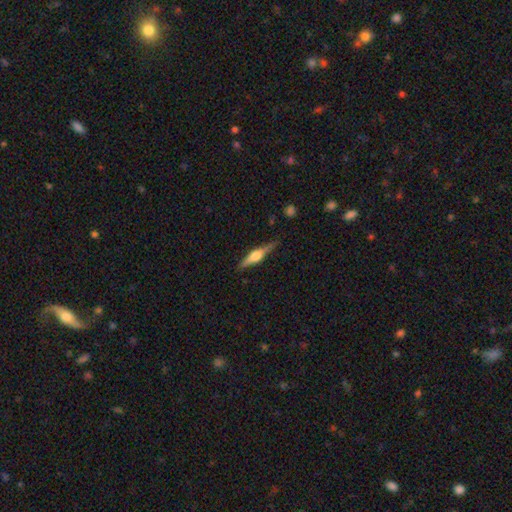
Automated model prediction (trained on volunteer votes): Smooth or featured: featured or disk — 69% (smooth — 25%)
Edge-on disk: yes — 97% (no — 3%)
Edge-on bulge: rounded — 90% (boxy — 8%)
Merging: none — 85% (minor disturbance — 12%)